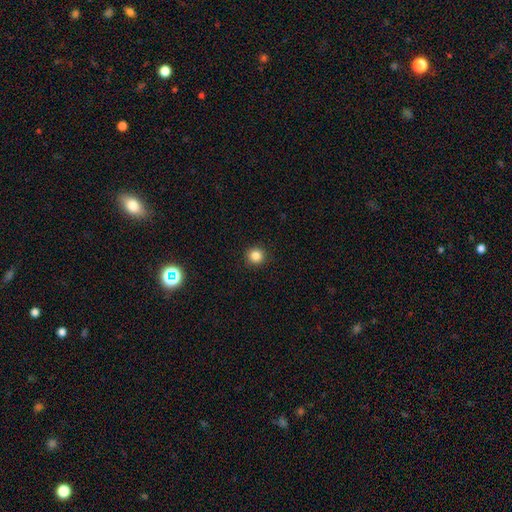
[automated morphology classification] type=smooth (84%); roundness=round (95%); merging=none (93%).